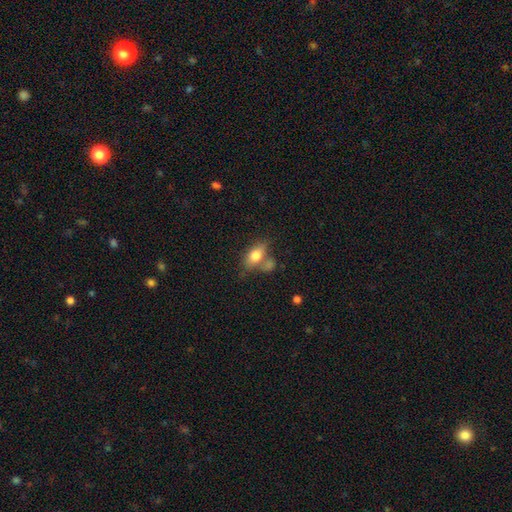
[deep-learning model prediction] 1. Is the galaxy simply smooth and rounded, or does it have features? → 75% smooth, 17% featured or disk, 8% star or artifact.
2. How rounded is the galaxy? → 82% in between, 11% round, 7% cigar-shaped.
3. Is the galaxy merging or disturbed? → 46% none, 29% merger, 17% minor disturbance, 8% major disturbance.